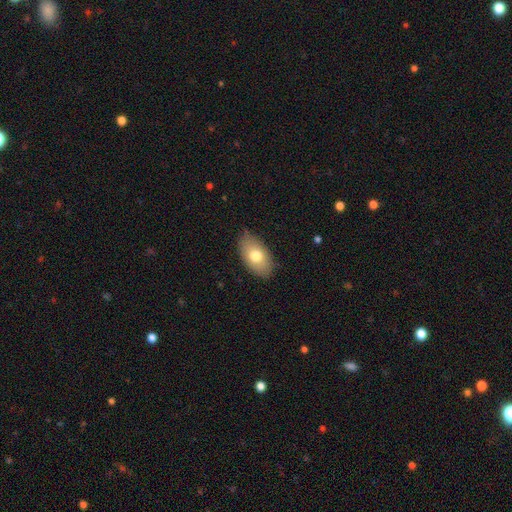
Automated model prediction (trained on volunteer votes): smooth_or_featured: smooth (p=0.73) [alt: featured or disk p=0.20]
how_rounded: in between (p=0.93) [alt: round p=0.05]
merging: none (p=0.82) [alt: minor disturbance p=0.14]